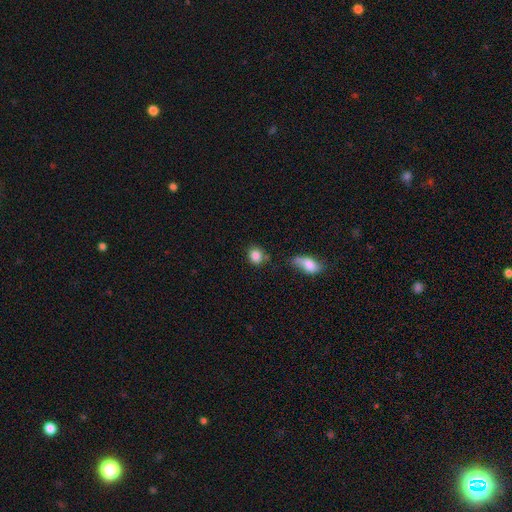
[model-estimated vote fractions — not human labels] Q: Smooth or featured?
A: smooth (86%); runner-up: star or artifact (9%)
Q: How rounded?
A: round (72%); runner-up: in between (26%)
Q: Merging?
A: none (71%); runner-up: minor disturbance (16%)